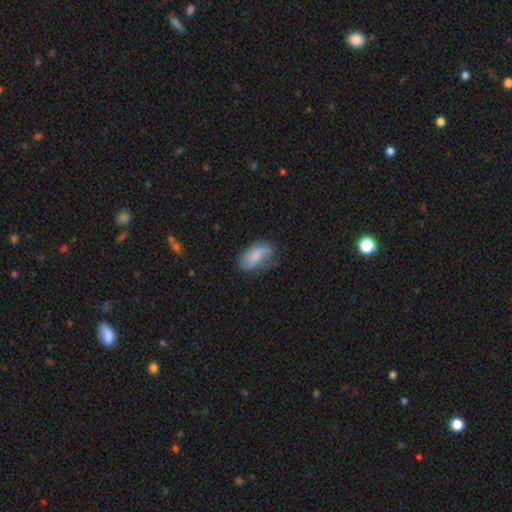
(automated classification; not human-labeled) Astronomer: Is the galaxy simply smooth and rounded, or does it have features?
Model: smooth — 67%.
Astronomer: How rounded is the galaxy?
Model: in between — 91%.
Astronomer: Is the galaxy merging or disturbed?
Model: none — 54% (runner-up: minor disturbance, 31%).